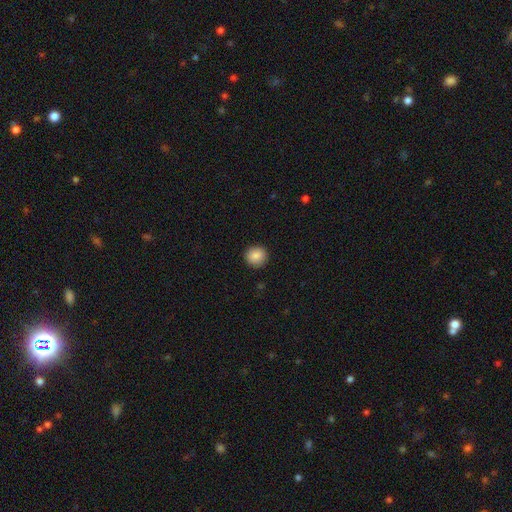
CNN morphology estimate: A smooth galaxy with no disk features (87%) that is round (92%).

Vote fractions:
- Smooth or featured? smooth: 87% / star or artifact: 8% / featured or disk: 5%
- How rounded? round: 92% / in between: 7% / cigar-shaped: 1%
- Merging? none: 91% / minor disturbance: 6% / major disturbance: 2% / merger: 1%